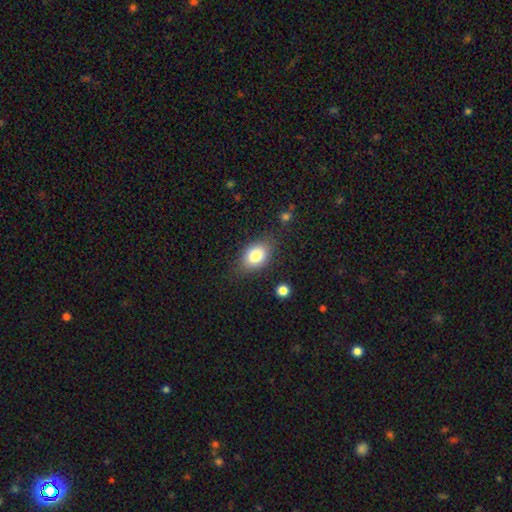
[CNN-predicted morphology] Q: Smooth or featured?
A: smooth (80%); runner-up: featured or disk (11%)
Q: How rounded?
A: in between (78%); runner-up: round (21%)
Q: Merging?
A: none (77%); runner-up: minor disturbance (16%)